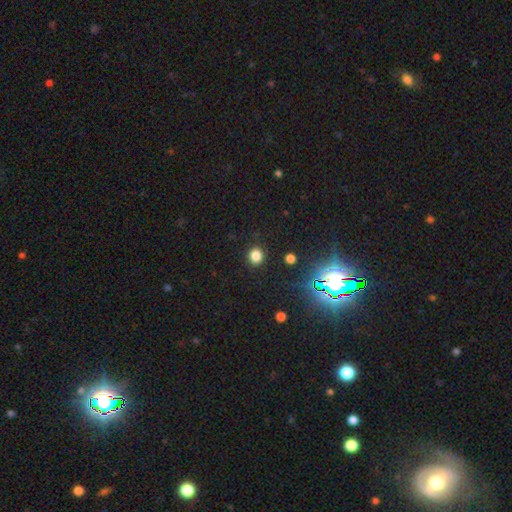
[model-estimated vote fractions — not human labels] Smooth or featured?
  - smooth: 79% *
  - star or artifact: 17%
  - featured or disk: 5%
How rounded?
  - round: 83% *
  - in between: 16%
  - cigar-shaped: 1%
Merging?
  - none: 91% *
  - minor disturbance: 6%
  - major disturbance: 2%
  - merger: 1%